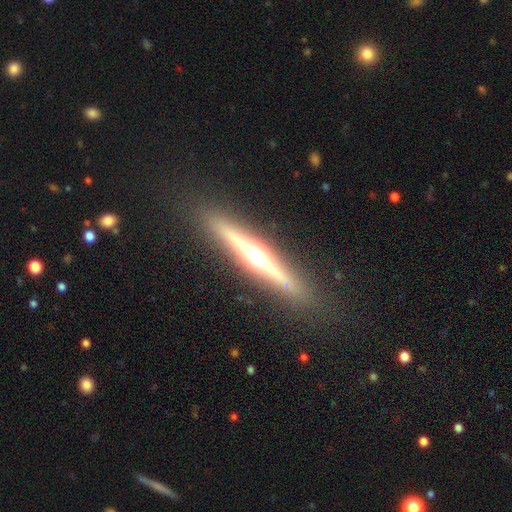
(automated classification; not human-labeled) Overall: featured or disk (79%). Edge-on disk: yes (98%). Edge-on bulge: rounded (94%). Merging: none (90%).